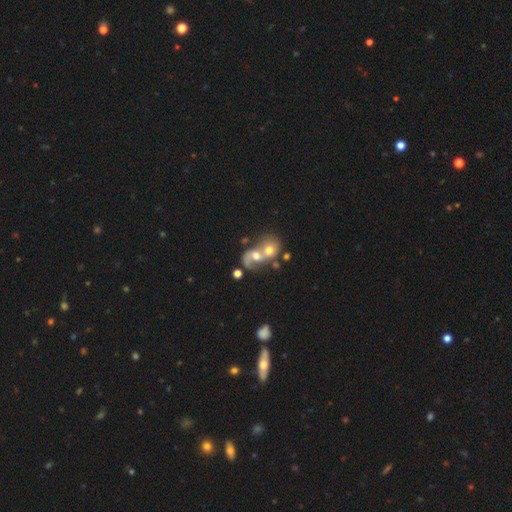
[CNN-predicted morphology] smooth-or-featured: featured or disk: 54% | smooth: 37% | star or artifact: 9%
  disk-edge-on: no: 97% | yes: 3%
    bar: no: 73% | weak: 22% | strong: 5%
    has-spiral-arms: yes: 66% | no: 34%
    bulge-size: moderate: 61% | small: 17% | large: 15% | none: 5% | dominant: 3%
  merging: merger: 76% | none: 11% | major disturbance: 8% | minor disturbance: 5%